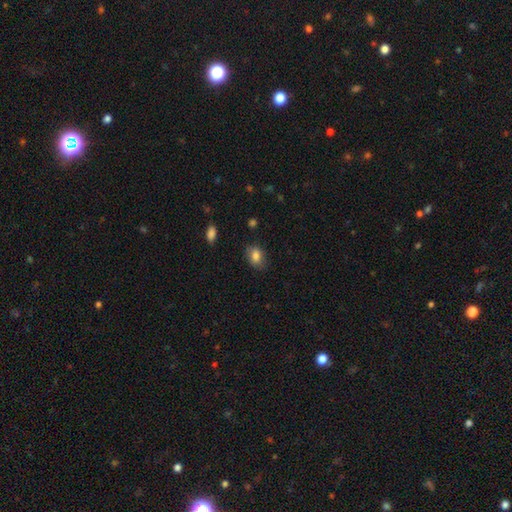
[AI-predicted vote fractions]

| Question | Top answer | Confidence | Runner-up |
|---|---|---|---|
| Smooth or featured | smooth | 83% | star or artifact (9%) |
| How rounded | in between | 78% | round (21%) |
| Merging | none | 77% | minor disturbance (17%) |